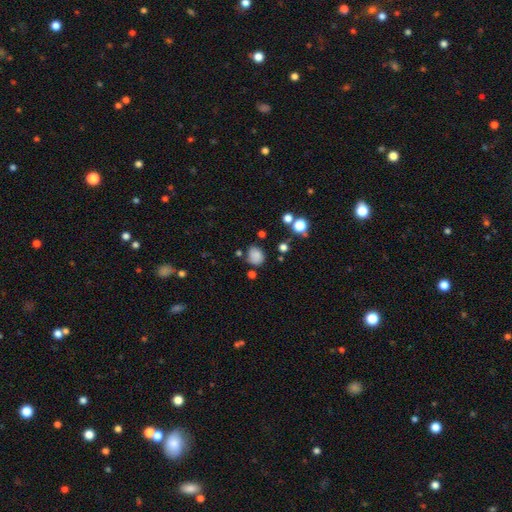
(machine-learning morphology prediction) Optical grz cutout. It shows a smooth galaxy with no disk features (80%) that is round (62%). Merging: none (67%).